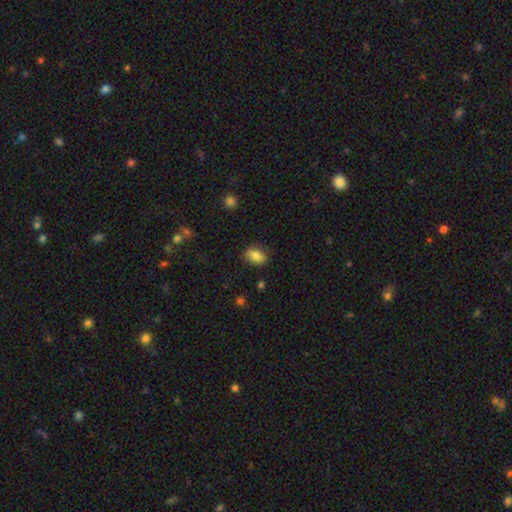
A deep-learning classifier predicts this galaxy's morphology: Overall: smooth (83%). How rounded: in between (82%). Merging: none (84%).